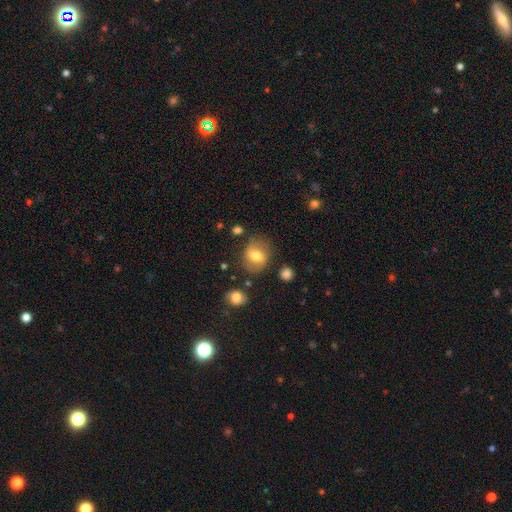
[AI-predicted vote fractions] This is likely a smooth galaxy (66%). How rounded: possibly round (60%). Merging: likely none (73%).